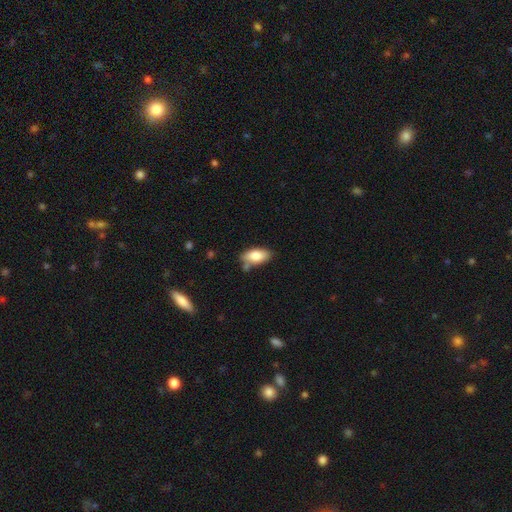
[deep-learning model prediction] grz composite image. It shows a smooth galaxy with no disk features (82%) that is in between round and cigar-shaped (91%). Merging: none (64%).